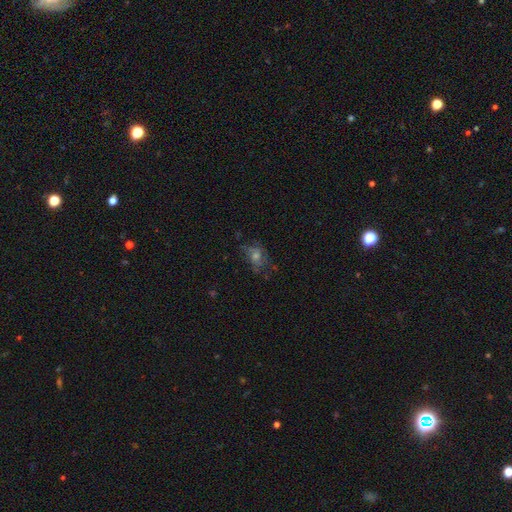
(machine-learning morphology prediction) type=featured or disk (44%); merging=none (57%).